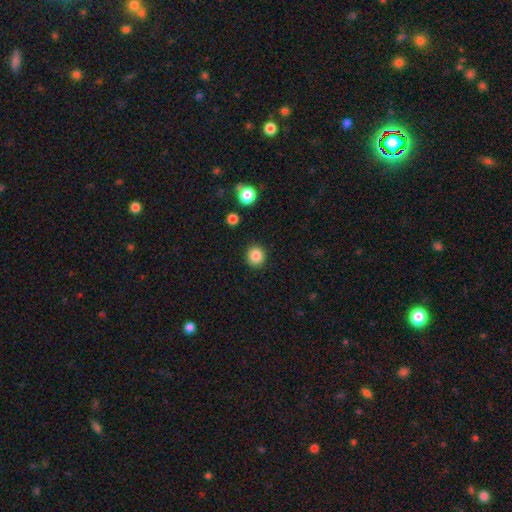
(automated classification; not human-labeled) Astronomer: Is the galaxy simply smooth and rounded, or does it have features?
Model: smooth — 86%.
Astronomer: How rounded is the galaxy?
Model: round — 88%.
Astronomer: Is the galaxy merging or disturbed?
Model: none — 91%.